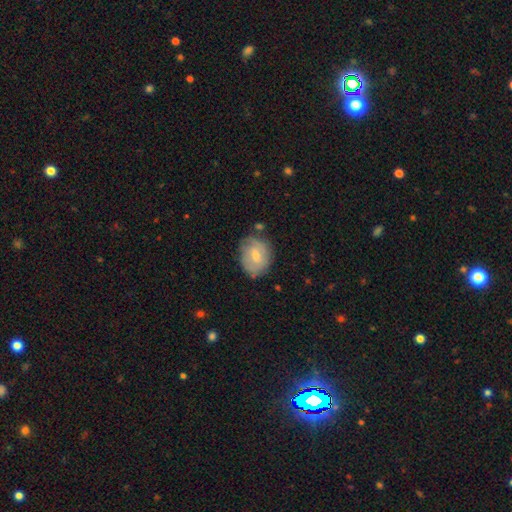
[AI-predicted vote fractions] A smooth galaxy with no disk features (58%) that is in between round and cigar-shaped (50%).

Vote fractions:
- Smooth or featured? smooth: 58% / featured or disk: 35% / star or artifact: 7%
- How rounded? in between: 50% / round: 49% / cigar-shaped: 1%
- Merging? none: 70% / minor disturbance: 22% / major disturbance: 5% / merger: 3%